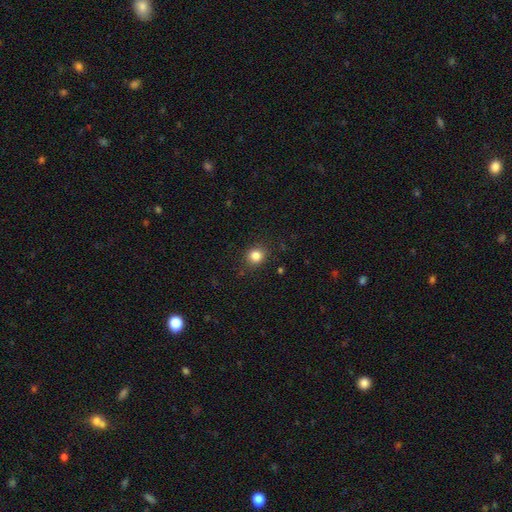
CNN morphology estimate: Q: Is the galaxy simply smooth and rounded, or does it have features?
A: smooth — 84%.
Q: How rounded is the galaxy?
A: round — 81%.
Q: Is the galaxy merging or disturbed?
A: none — 87%.